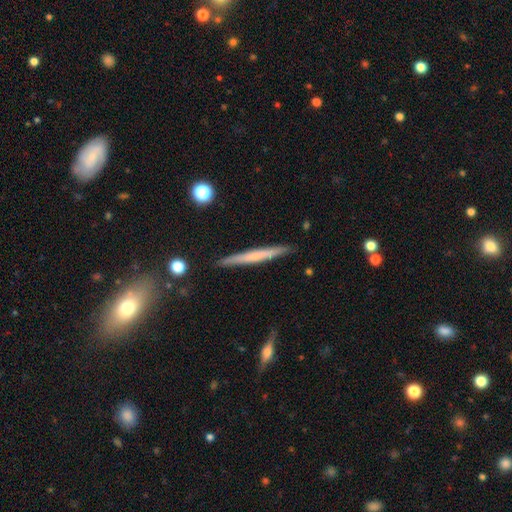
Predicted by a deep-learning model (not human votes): This appears to be a smooth galaxy with no disk features (50%) that is cigar-shaped (96%). Merging: none (90%).